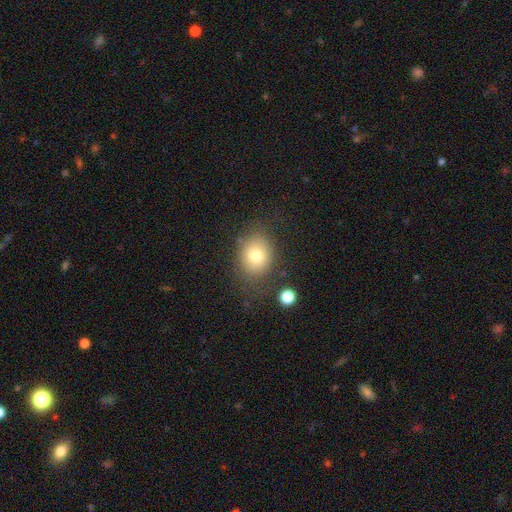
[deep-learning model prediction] Smooth or featured: smooth — 77% (star or artifact — 11%)
How rounded: round — 55% (in between — 44%)
Merging: none — 75% (minor disturbance — 15%)